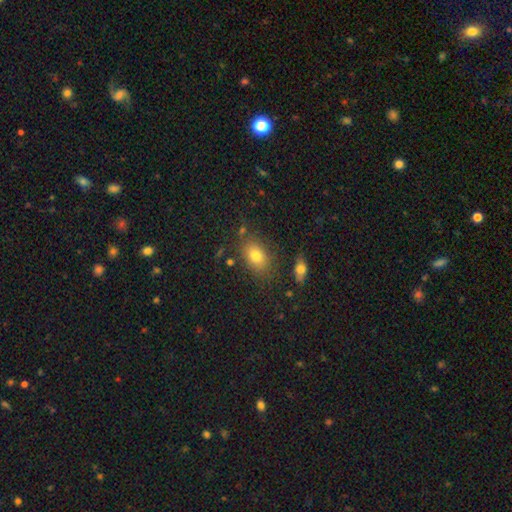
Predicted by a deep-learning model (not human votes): Overall: smooth (78%). How rounded: in between (80%). Merging: none (77%).